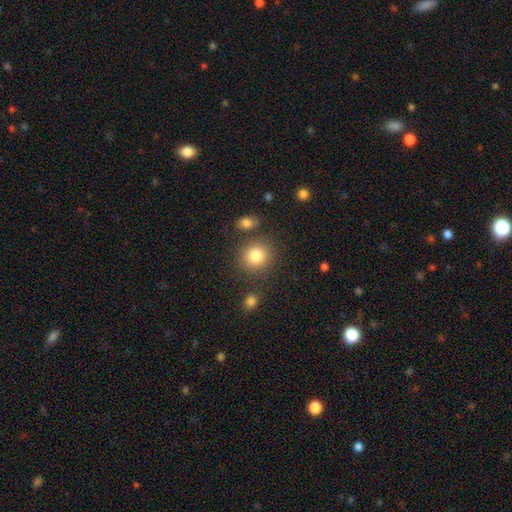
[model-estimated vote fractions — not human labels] smooth-or-featured: smooth: 84% | star or artifact: 10% | featured or disk: 7%
  how-rounded: round: 83% | in between: 16% | cigar-shaped: 1%
  merging: none: 79% | minor disturbance: 10% | merger: 8% | major disturbance: 4%